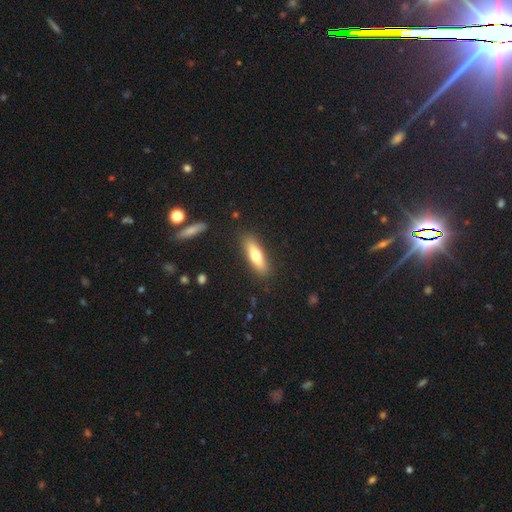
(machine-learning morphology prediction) A smooth galaxy with no disk features (64%) that is cigar-shaped (58%). Merging: none (87%).